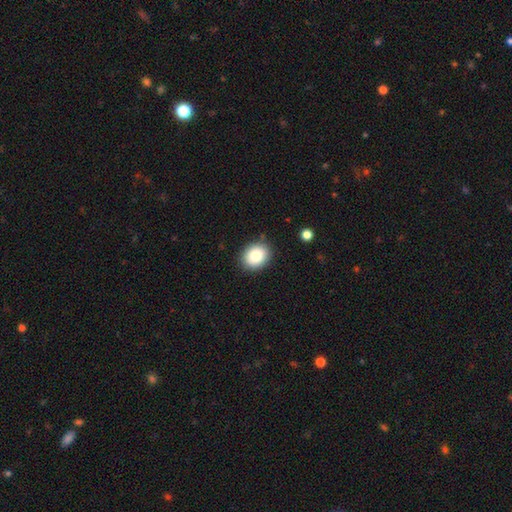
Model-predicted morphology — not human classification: A smooth galaxy with no disk features (85%) that is in between round and cigar-shaped (50%).

Vote fractions:
- Smooth or featured? smooth: 85% / star or artifact: 8% / featured or disk: 7%
- How rounded? in between: 50% / round: 49% / cigar-shaped: 1%
- Merging? none: 87% / minor disturbance: 9% / major disturbance: 2% / merger: 2%